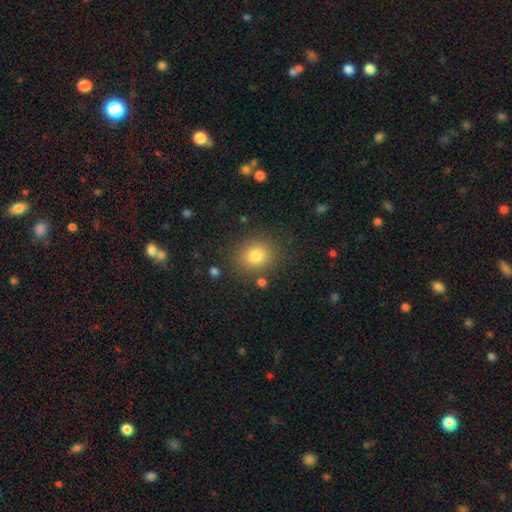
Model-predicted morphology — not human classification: A smooth galaxy with no disk features (80%) that is round (71%). Merging: none (84%).